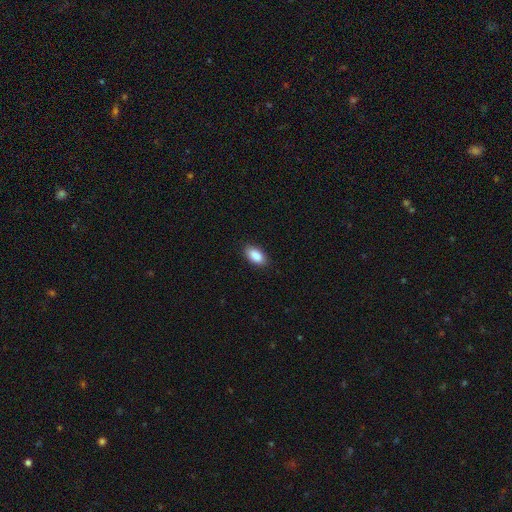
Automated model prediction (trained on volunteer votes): Smooth or featured? smooth (90%)
How rounded? in between (93%)
Merging? none (88%)